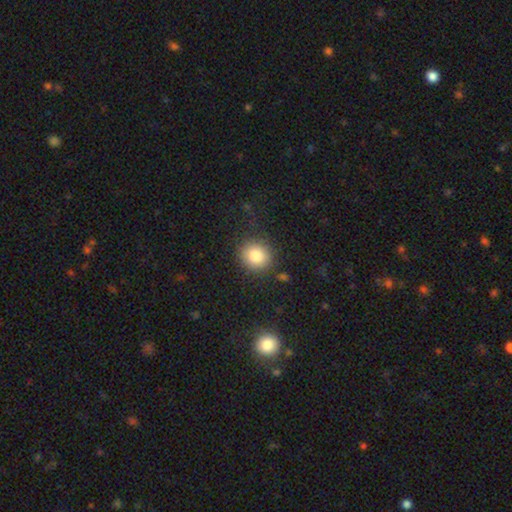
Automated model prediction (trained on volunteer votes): A smooth galaxy with no disk features (85%) that is round (82%). Merging: none (84%).